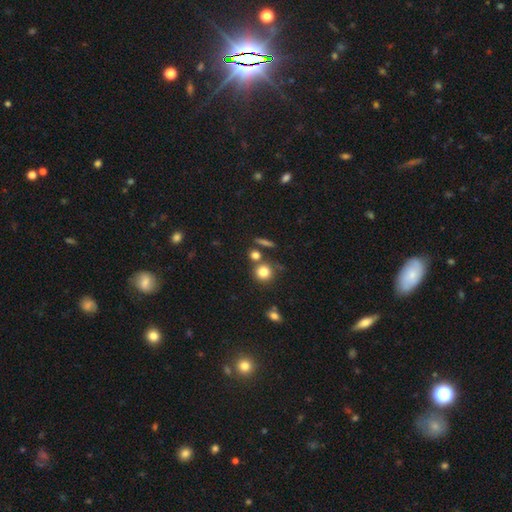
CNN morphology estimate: Q: Smooth or featured?
A: smooth (77%); runner-up: star or artifact (14%)
Q: How rounded?
A: round (82%); runner-up: in between (13%)
Q: Merging?
A: none (70%); runner-up: merger (17%)